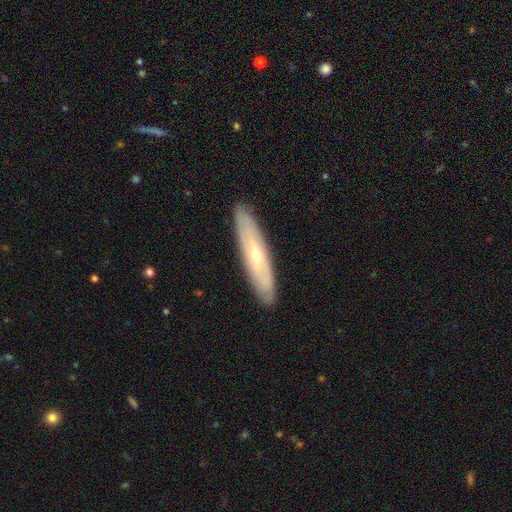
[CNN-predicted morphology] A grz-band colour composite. It shows a featured or disk galaxy (60%) viewed edge-on (52%). Merging: none (88%).